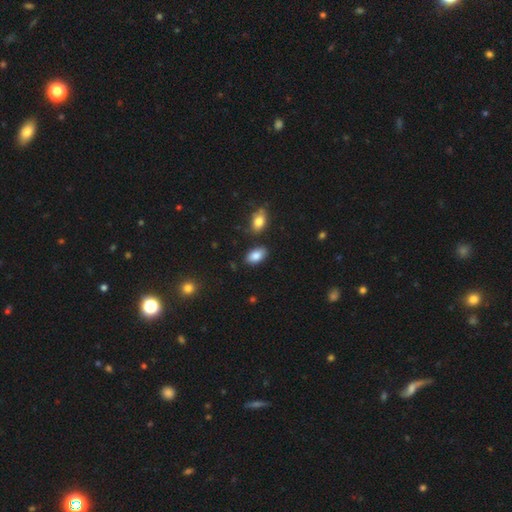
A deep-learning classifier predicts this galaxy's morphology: Smooth or featured? smooth (87%)
How rounded? in between (93%)
Merging? none (82%)